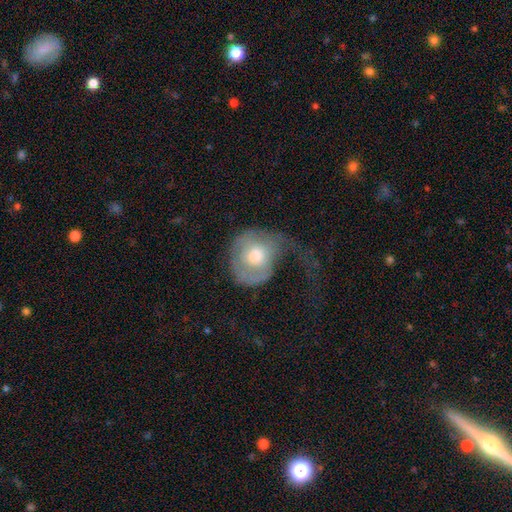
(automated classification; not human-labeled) This appears to be a smooth galaxy with no disk features (48%). Merging: major disturbance (58%).